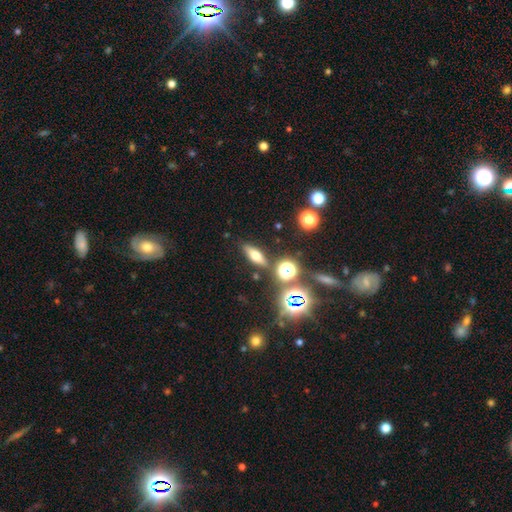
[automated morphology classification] smooth-or-featured: smooth: 50% | featured or disk: 30% | star or artifact: 20%
  how-rounded: in between: 48% | cigar-shaped: 40% | round: 12%
  merging: none: 83% | minor disturbance: 9% | merger: 4% | major disturbance: 3%